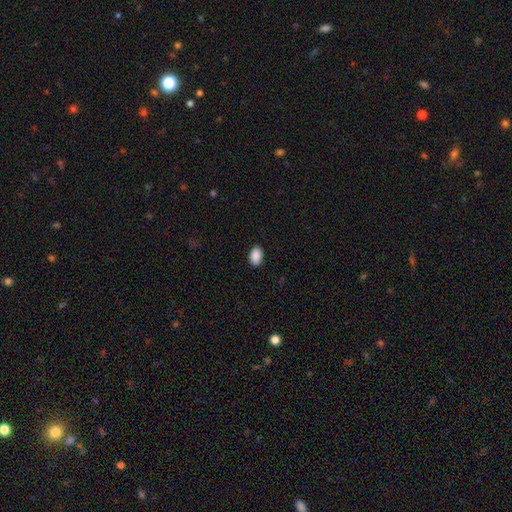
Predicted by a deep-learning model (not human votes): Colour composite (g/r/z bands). It shows a smooth galaxy with no disk features (90%) that is in between round and cigar-shaped (89%). Merging: none (88%).